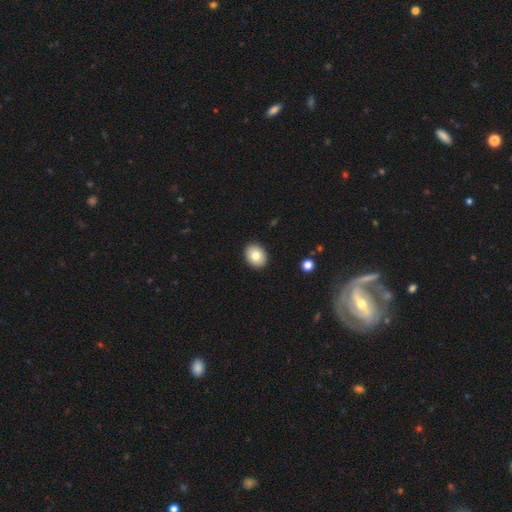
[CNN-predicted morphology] Q: Smooth or featured?
A: smooth (80%); runner-up: featured or disk (12%)
Q: How rounded?
A: in between (59%); runner-up: round (40%)
Q: Merging?
A: none (92%); runner-up: minor disturbance (6%)